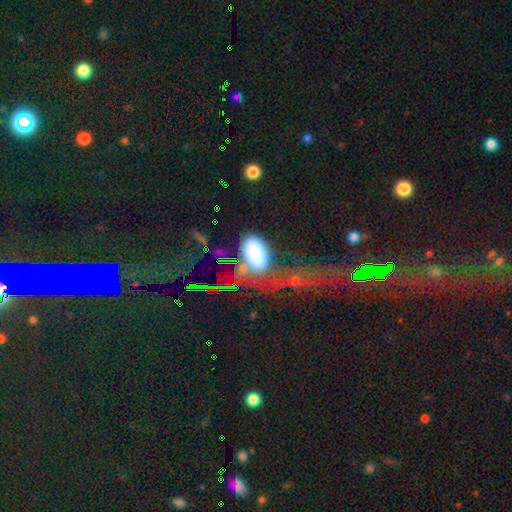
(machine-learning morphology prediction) type=smooth (67%); roundness=in between (91%); merging=none (37%).